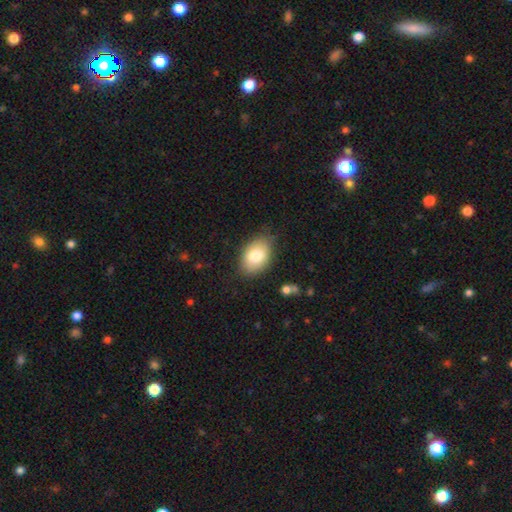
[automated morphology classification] This appears to be a smooth galaxy with no disk features (78%) that is in between round and cigar-shaped (87%). Merging: none (79%).